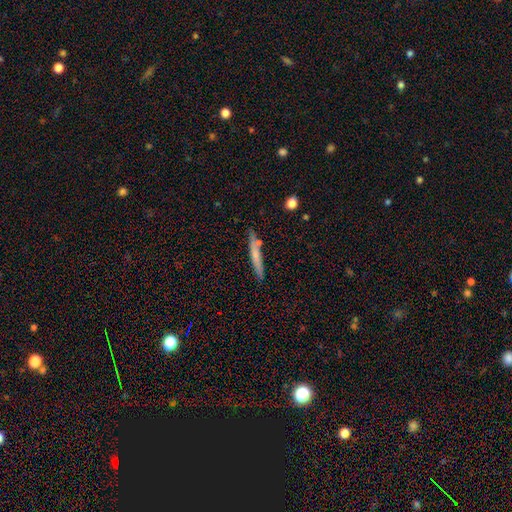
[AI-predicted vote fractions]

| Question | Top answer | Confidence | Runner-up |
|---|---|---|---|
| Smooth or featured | smooth | 62% | featured or disk (32%) |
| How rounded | cigar-shaped | 94% | in between (4%) |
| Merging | none | 80% | minor disturbance (12%) |